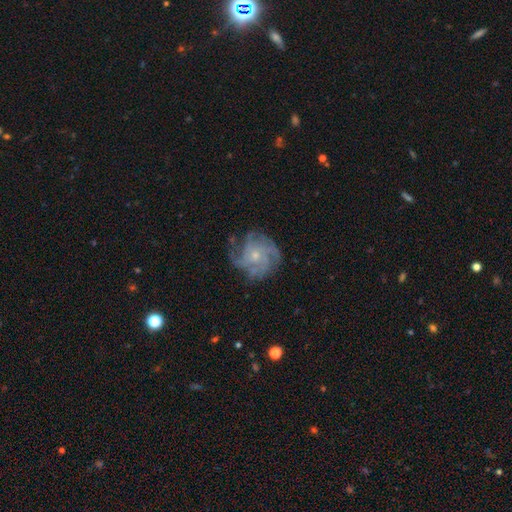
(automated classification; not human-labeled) Smooth or featured? featured or disk (81%)
Edge-on disk? no (98%)
Bar? no (79%)
Spiral arms? yes (94%)
Spiral winding? tight (50%)
Spiral arm count? 4 (32%)
Bulge size? small (64%)
Merging? none (71%)